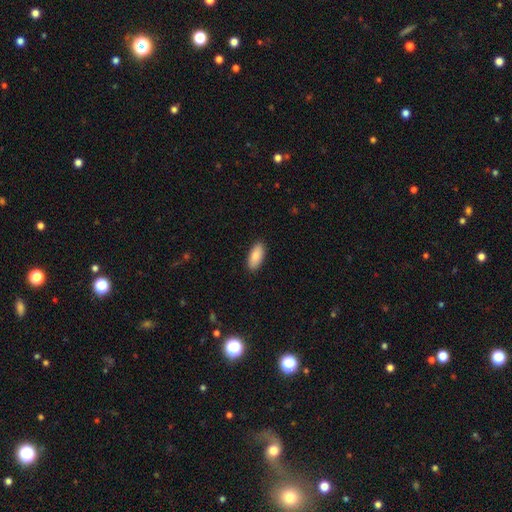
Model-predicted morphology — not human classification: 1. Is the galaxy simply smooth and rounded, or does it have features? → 88% smooth, 6% featured or disk, 6% star or artifact.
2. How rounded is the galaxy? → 88% in between, 10% cigar-shaped, 2% round.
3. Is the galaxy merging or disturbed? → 90% none, 8% minor disturbance, 2% major disturbance, 1% merger.